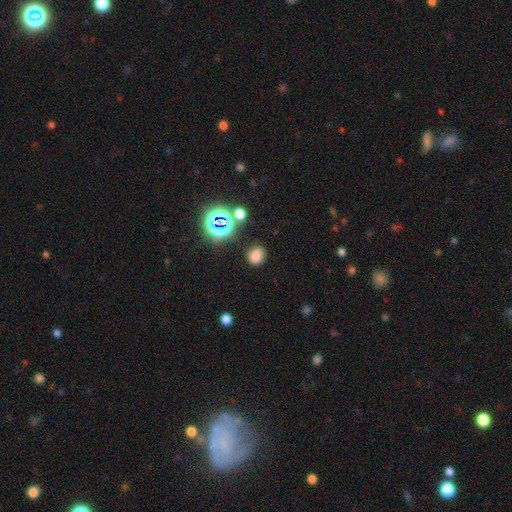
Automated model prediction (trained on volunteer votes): This appears to be a smooth galaxy with no disk features (72%) that is round (64%). Merging: none (81%).